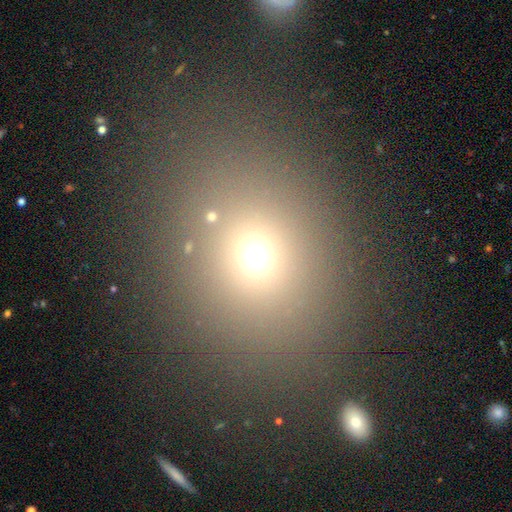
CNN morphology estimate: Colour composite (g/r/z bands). It shows a smooth galaxy with no disk features (68%) that is round (63%). Merging: none (79%).